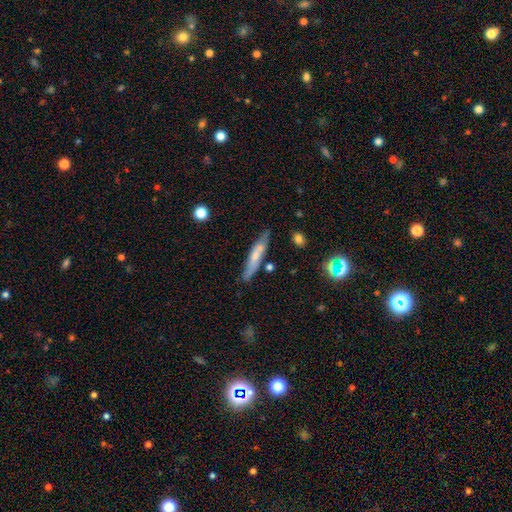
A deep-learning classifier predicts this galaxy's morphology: A smooth galaxy with no disk features (57%) that is cigar-shaped (88%). Merging: none (75%).